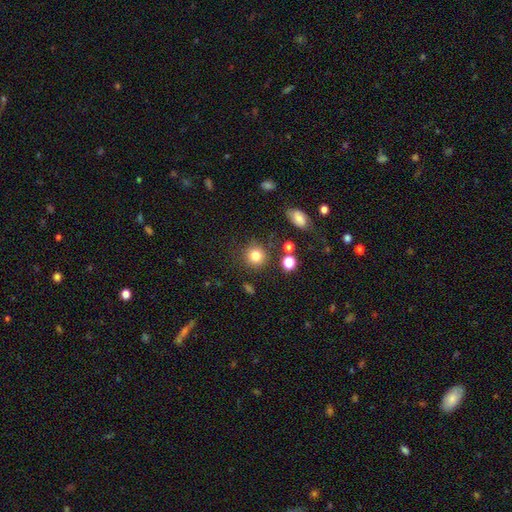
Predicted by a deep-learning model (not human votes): The model was most divided on "smooth or featured": smooth: 81%, star or artifact: 12%, featured or disk: 7%. More confident: how rounded — round (90%); merging — none (82%).